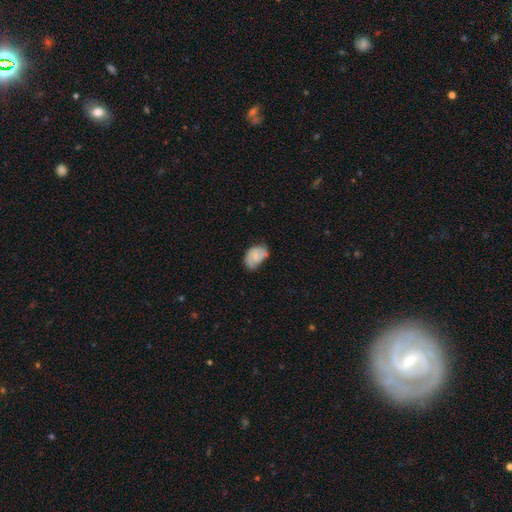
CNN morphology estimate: This is possibly a smooth galaxy (58%). How rounded: clearly in between (82%). Merging: possibly none (46%).